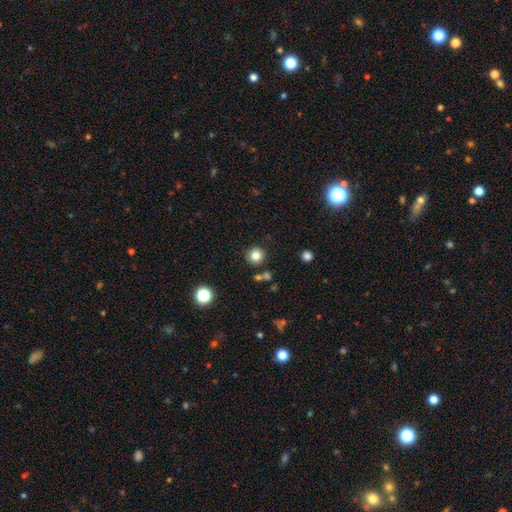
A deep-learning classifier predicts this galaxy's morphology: smooth_or_featured: smooth (p=0.82) [alt: star or artifact p=0.12]
how_rounded: round (p=0.93) [alt: in between p=0.06]
merging: none (p=0.86) [alt: minor disturbance p=0.07]